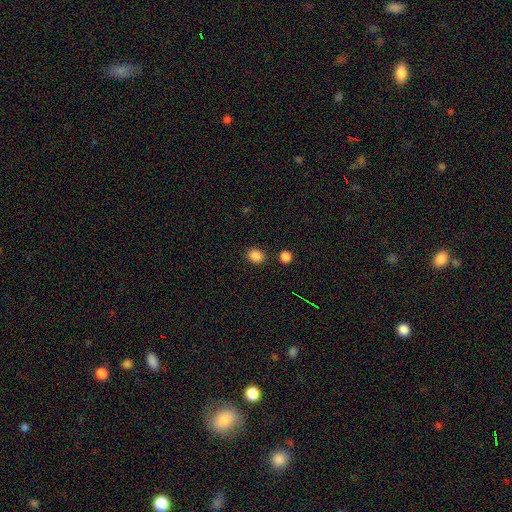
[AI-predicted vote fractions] smooth-or-featured: smooth: 86% | star or artifact: 11% | featured or disk: 3%
  how-rounded: round: 66% | in between: 33% | cigar-shaped: 1%
  merging: none: 85% | minor disturbance: 8% | merger: 4% | major disturbance: 3%